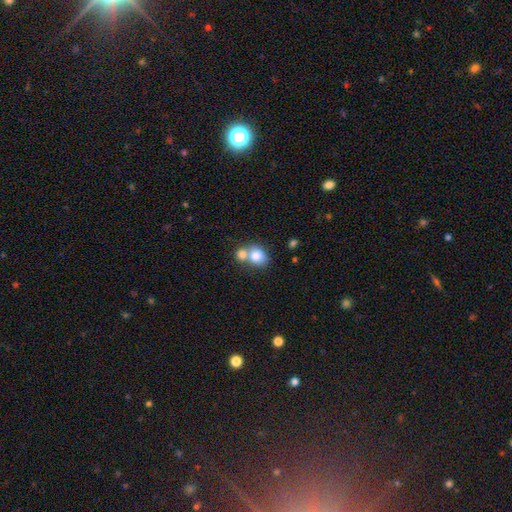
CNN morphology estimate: Smooth or featured: smooth — 80% (featured or disk — 12%)
How rounded: round — 57% (in between — 42%)
Merging: merger — 57% (none — 32%)